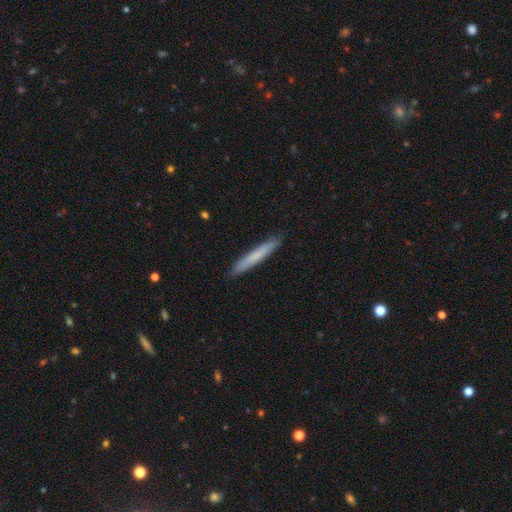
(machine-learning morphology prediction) smooth_or_featured: smooth (p=0.69) [alt: featured or disk p=0.25]
how_rounded: cigar-shaped (p=0.96) [alt: in between p=0.03]
merging: none (p=0.91) [alt: minor disturbance p=0.07]